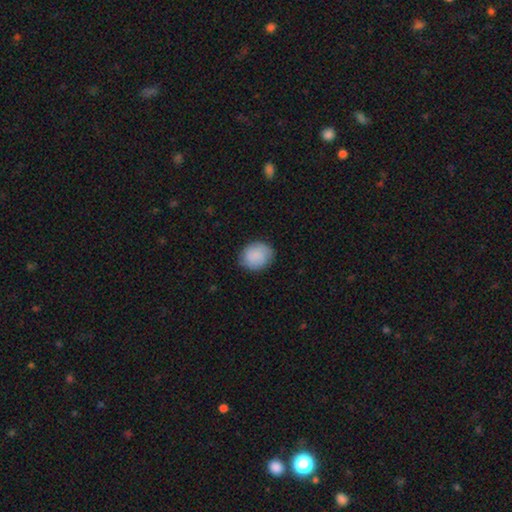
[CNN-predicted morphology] This appears to be a smooth galaxy with no disk features (86%) that is round (66%). Merging: none (81%).